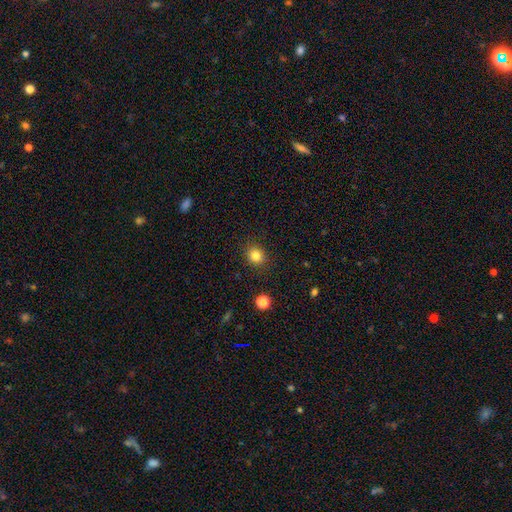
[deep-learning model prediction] smooth_or_featured: smooth (p=0.83) [alt: star or artifact p=0.12]
how_rounded: round (p=0.81) [alt: in between p=0.18]
merging: none (p=0.89) [alt: minor disturbance p=0.07]